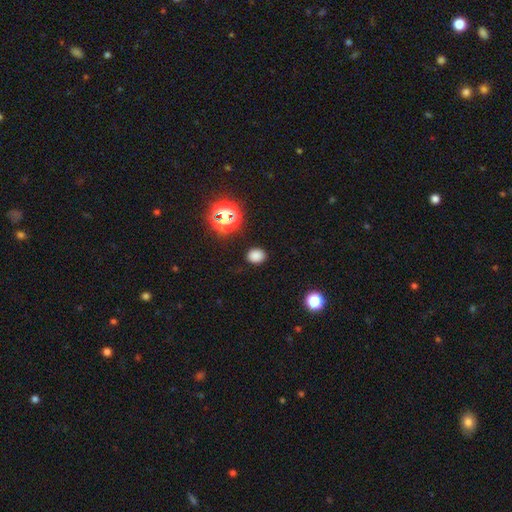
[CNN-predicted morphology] A smooth galaxy with no disk features (79%) that is round (53%).

Vote fractions:
- Smooth or featured? smooth: 79% / star or artifact: 17% / featured or disk: 4%
- How rounded? round: 53% / in between: 46% / cigar-shaped: 1%
- Merging? none: 87% / minor disturbance: 9% / major disturbance: 3% / merger: 1%